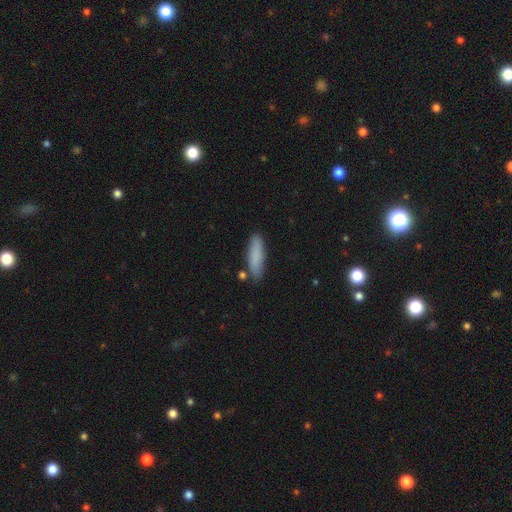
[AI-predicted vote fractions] smooth 84%, featured or disk 9%, star or artifact 7%. Down the decision tree: how rounded — cigar-shaped (66%); merging — none (82%).